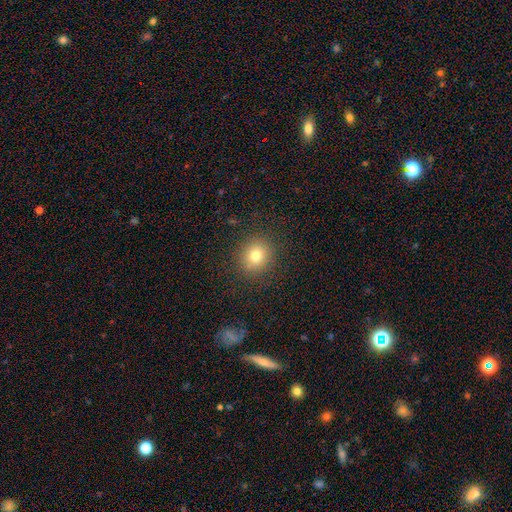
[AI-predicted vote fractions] This appears to be a smooth galaxy with no disk features (77%) that is round (86%). Merging: none (89%).